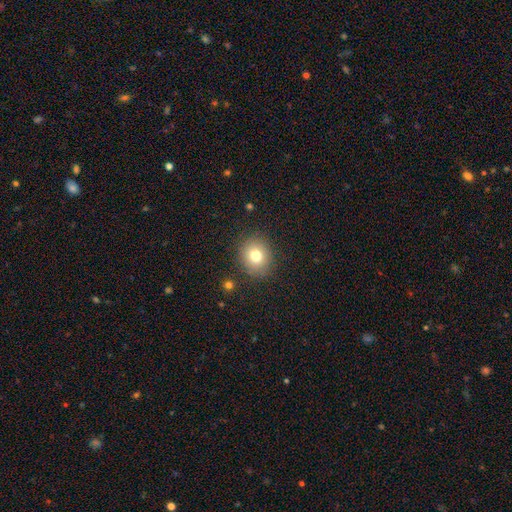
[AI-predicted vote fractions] Q: Smooth or featured?
A: smooth (77%); runner-up: star or artifact (12%)
Q: How rounded?
A: round (74%); runner-up: in between (25%)
Q: Merging?
A: none (86%); runner-up: minor disturbance (9%)